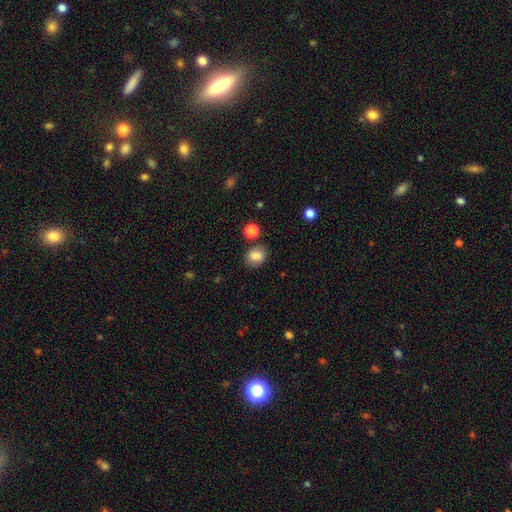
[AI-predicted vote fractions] Overall: smooth (80%). How rounded: round (53%; in between 46%). Merging: none (80%).